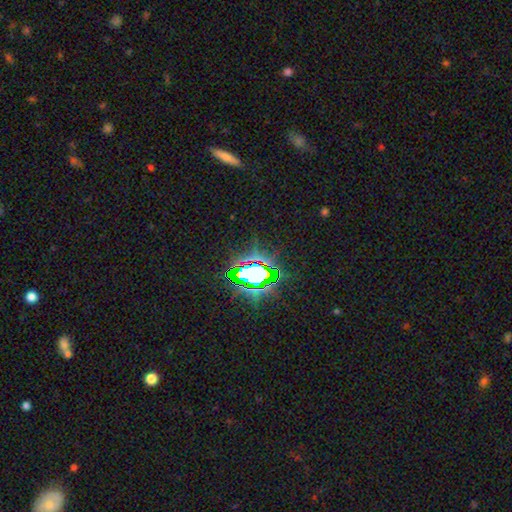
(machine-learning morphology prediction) A star or artifact, not a galaxy (74%).